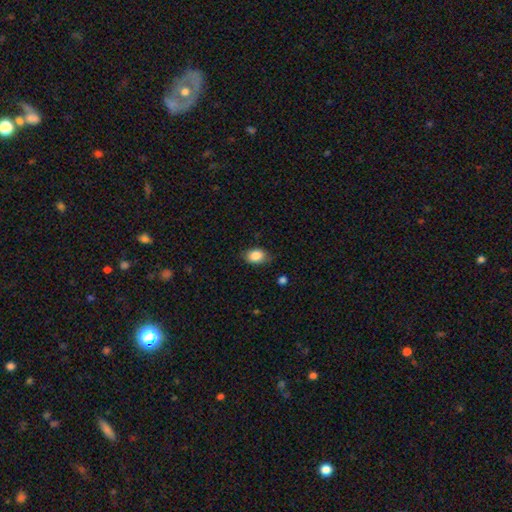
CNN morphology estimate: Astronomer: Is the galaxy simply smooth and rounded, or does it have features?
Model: smooth — 86%.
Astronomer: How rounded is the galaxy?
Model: in between — 76%.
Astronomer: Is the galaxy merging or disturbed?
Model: none — 78%.